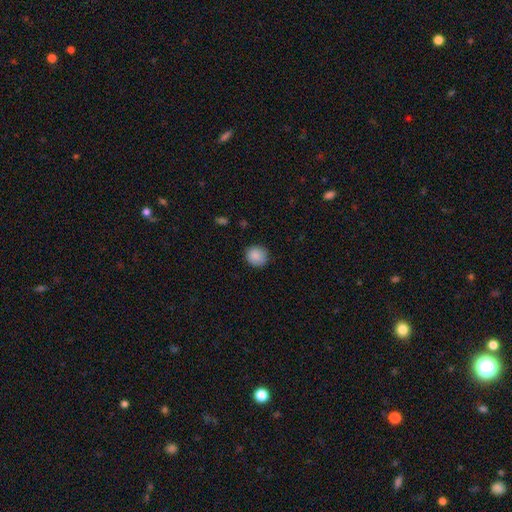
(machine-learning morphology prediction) Smooth or featured?
  - smooth: 87% *
  - star or artifact: 8%
  - featured or disk: 5%
How rounded?
  - round: 89% *
  - in between: 10%
  - cigar-shaped: 1%
Merging?
  - none: 85% *
  - minor disturbance: 11%
  - major disturbance: 2%
  - merger: 1%